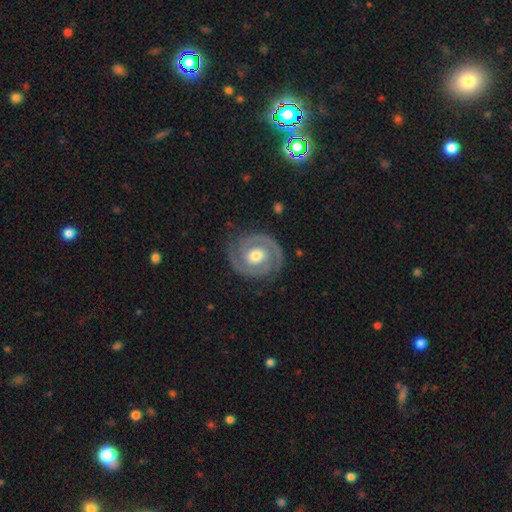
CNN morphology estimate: Smooth or featured? featured or disk (89%)
Edge-on disk? no (98%)
Bar? no (63%)
Spiral arms? yes (96%)
Spiral winding? tight (67%)
Spiral arm count? 2 (90%)
Bulge size? moderate (73%)
Merging? none (85%)